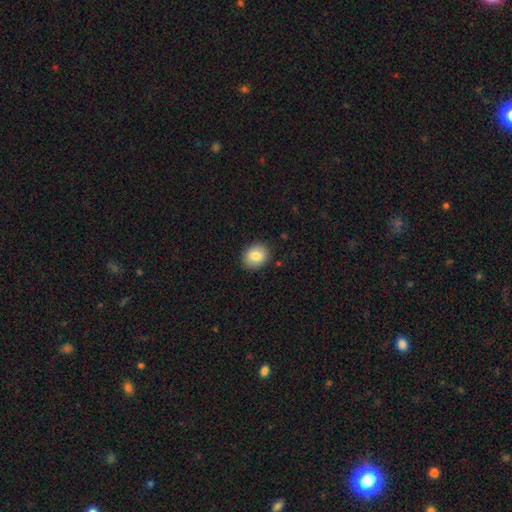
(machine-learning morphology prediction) smooth_or_featured: smooth (p=0.82) [alt: featured or disk p=0.10]
how_rounded: round (p=0.54) [alt: in between p=0.45]
merging: none (p=0.88) [alt: minor disturbance p=0.09]